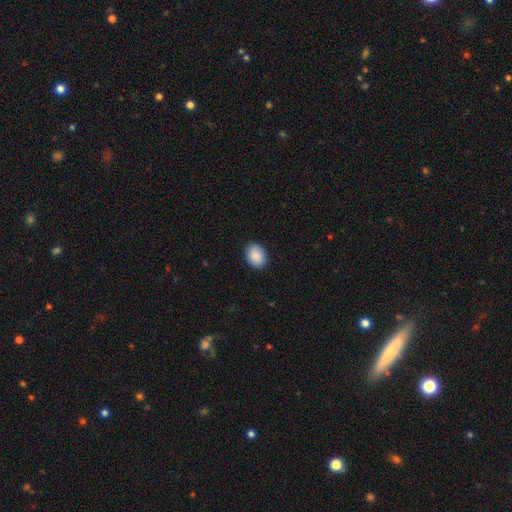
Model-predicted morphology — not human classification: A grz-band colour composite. It shows a smooth galaxy with no disk features (89%) that is in between round and cigar-shaped (59%). Merging: none (87%).